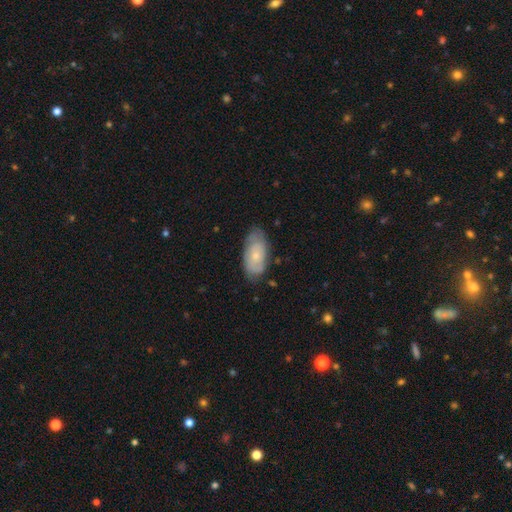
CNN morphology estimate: Overall: featured or disk (48%; smooth 46%). Merging: none (70%).